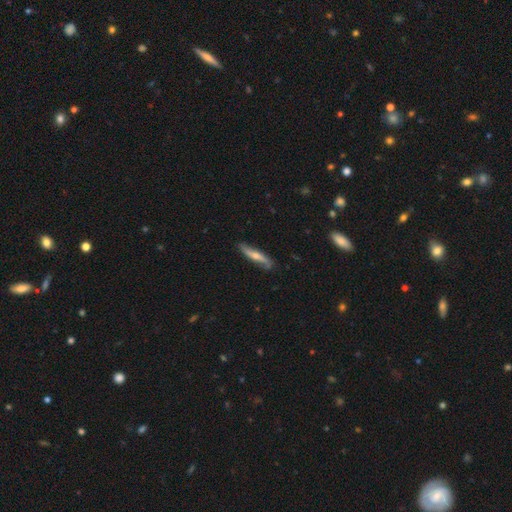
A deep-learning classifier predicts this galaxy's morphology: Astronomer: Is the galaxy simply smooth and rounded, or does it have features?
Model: featured or disk — 60%.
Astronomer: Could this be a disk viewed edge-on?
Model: yes — 60% (runner-up: no, 40%).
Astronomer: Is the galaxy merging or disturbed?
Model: none — 76%.